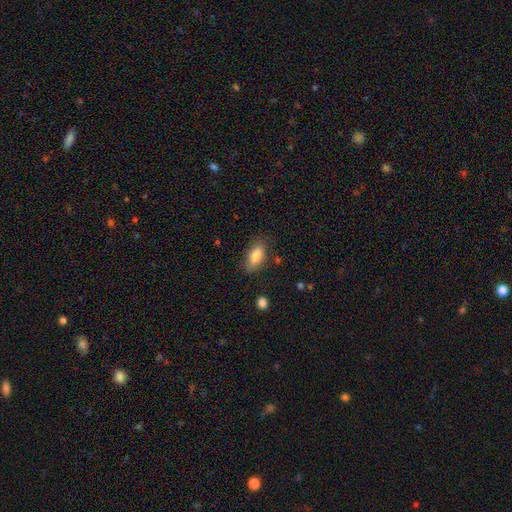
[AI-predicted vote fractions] The model was most divided on "merging": none: 78%, minor disturbance: 16%, major disturbance: 4%, merger: 2%. More confident: smooth or featured — smooth (84%); how rounded — in between (83%).